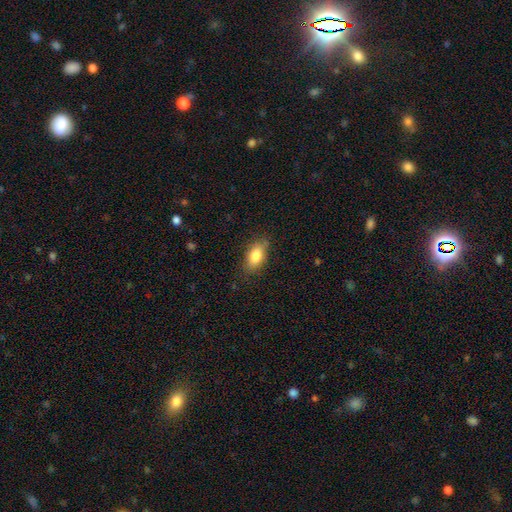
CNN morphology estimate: Smooth or featured? smooth (81%)
How rounded? in between (87%)
Merging? none (81%)